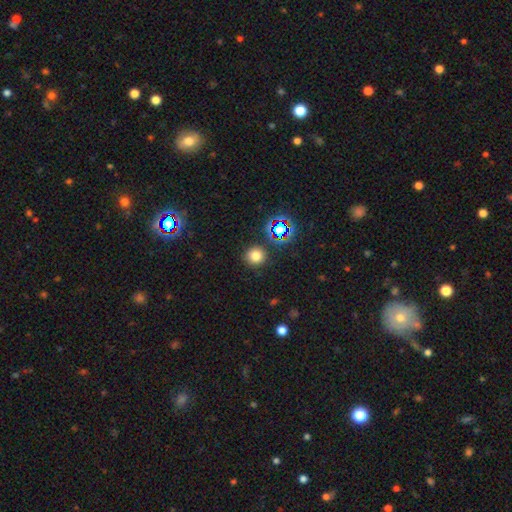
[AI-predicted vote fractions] Smooth or featured?
  - smooth: 73% *
  - star or artifact: 21%
  - featured or disk: 7%
How rounded?
  - round: 90% *
  - in between: 9%
  - cigar-shaped: 1%
Merging?
  - none: 87% *
  - minor disturbance: 7%
  - merger: 3%
  - major disturbance: 3%